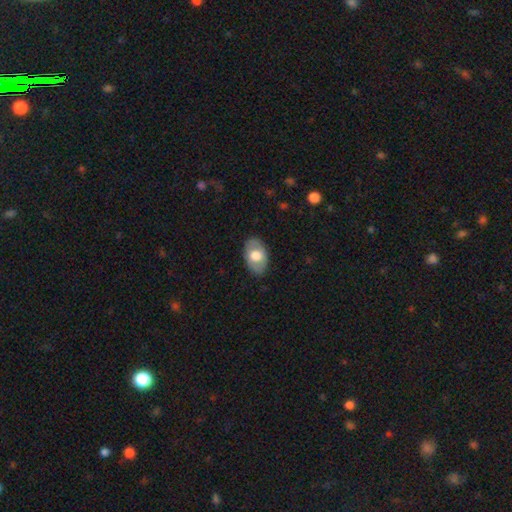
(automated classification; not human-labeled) Smooth or featured: smooth — 62% (featured or disk — 32%)
How rounded: in between — 89% (round — 10%)
Merging: none — 82% (minor disturbance — 13%)